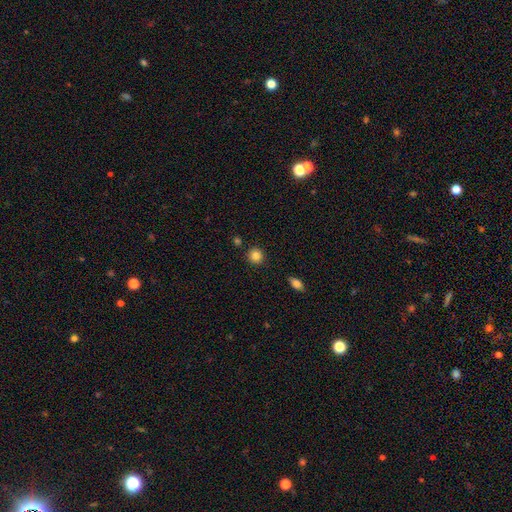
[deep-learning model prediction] Overall: smooth (84%). How rounded: round (91%). Merging: none (89%).